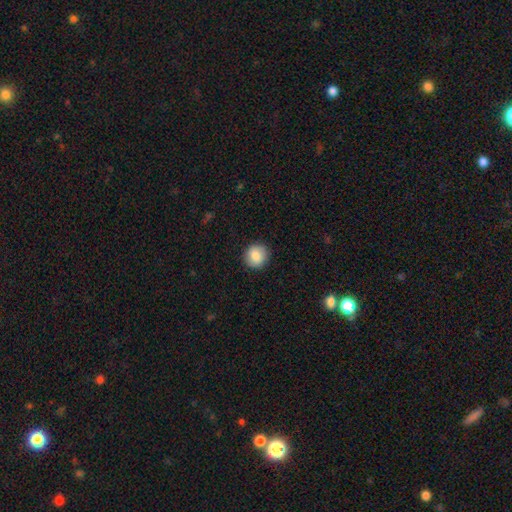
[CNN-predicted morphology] smooth_or_featured: smooth (p=0.86) [alt: star or artifact p=0.08]
how_rounded: round (p=0.90) [alt: in between p=0.09]
merging: none (p=0.90) [alt: minor disturbance p=0.07]